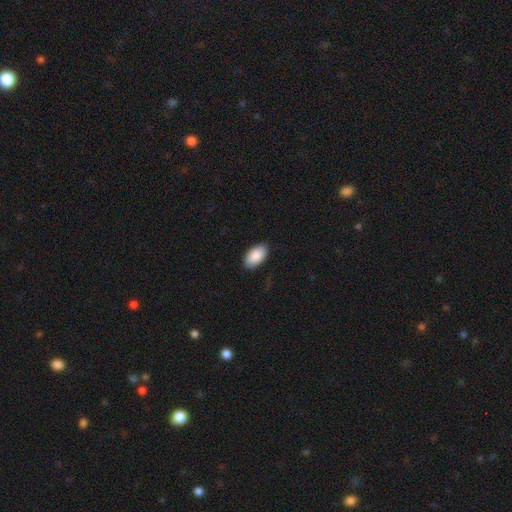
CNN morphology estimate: A smooth galaxy with no disk features (90%) that is in between round and cigar-shaped (96%).

Vote fractions:
- Smooth or featured? smooth: 90% / star or artifact: 6% / featured or disk: 4%
- How rounded? in between: 96% / round: 3% / cigar-shaped: 2%
- Merging? none: 87% / minor disturbance: 10% / major disturbance: 2% / merger: 1%